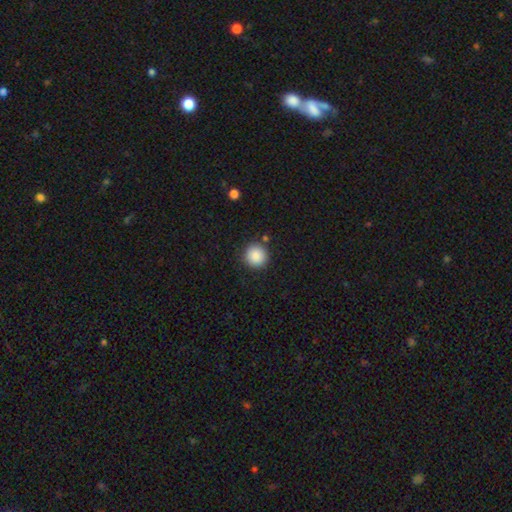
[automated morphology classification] smooth 88%, star or artifact 9%, featured or disk 3%. Down the decision tree: how rounded — round (94%); merging — none (88%).